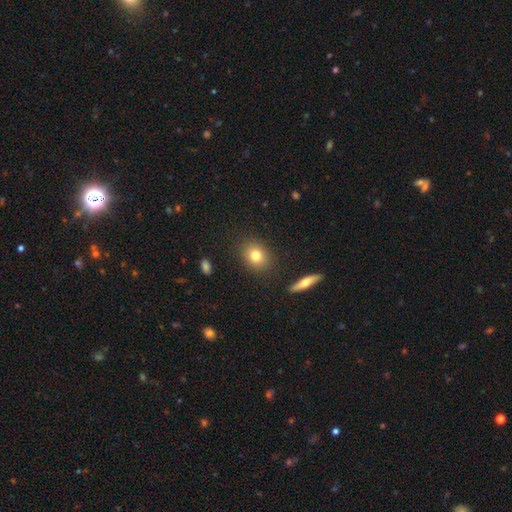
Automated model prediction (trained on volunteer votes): This appears to be a smooth galaxy with no disk features (79%) that is round (56%). Merging: none (87%).